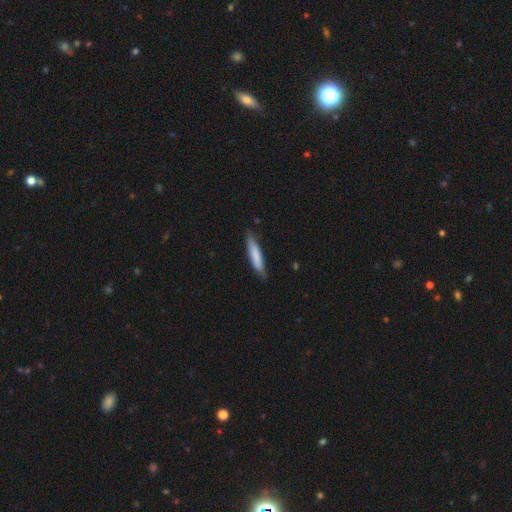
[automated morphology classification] smooth 77%, featured or disk 18%, star or artifact 5%. Down the decision tree: how rounded — cigar-shaped (88%); merging — none (81%).